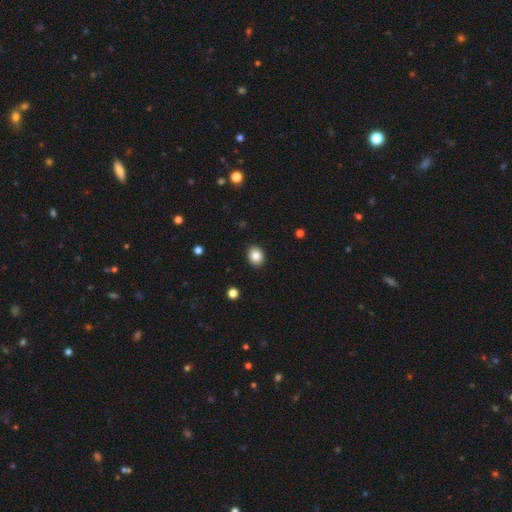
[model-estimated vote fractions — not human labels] The model was most divided on "how rounded": in between: 50%, round: 49%, cigar-shaped: 1%. More confident: merging — none (91%); smooth or featured — smooth (85%).